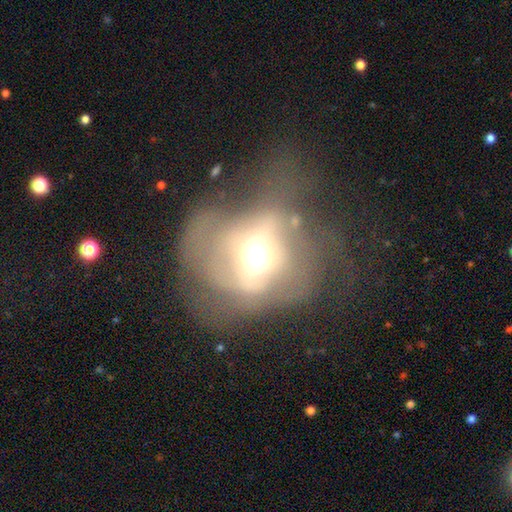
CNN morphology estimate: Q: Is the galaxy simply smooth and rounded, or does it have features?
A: featured or disk — 56%.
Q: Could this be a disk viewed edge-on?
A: no — 92%.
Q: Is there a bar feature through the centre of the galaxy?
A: no — 57%.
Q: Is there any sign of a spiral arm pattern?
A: no — 66%.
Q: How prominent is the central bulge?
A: moderate — 50%.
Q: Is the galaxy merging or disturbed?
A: major disturbance — 51%.